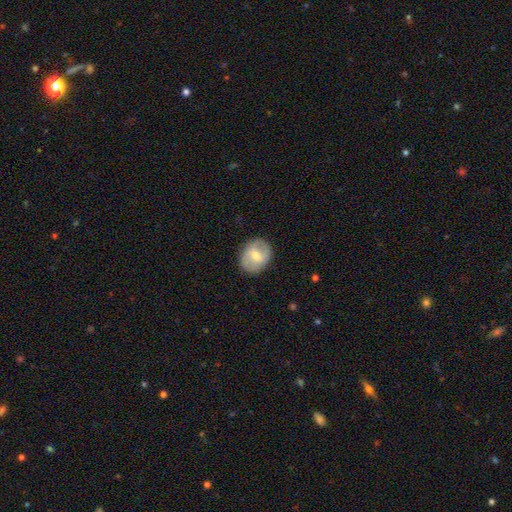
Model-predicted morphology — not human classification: smooth-or-featured: featured or disk: 50% | smooth: 44% | star or artifact: 6%
  merging: none: 85% | minor disturbance: 11% | major disturbance: 3% | merger: 1%